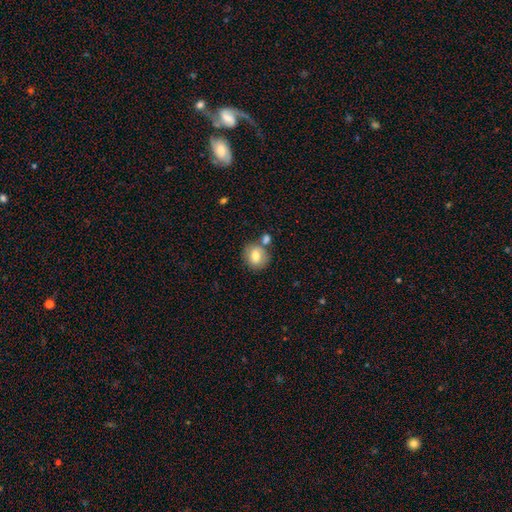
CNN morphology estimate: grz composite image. It shows a smooth galaxy with no disk features (74%) that is round (75%). Merging: none (64%).